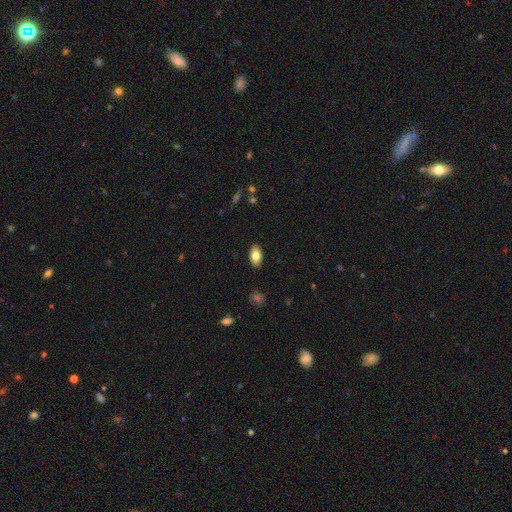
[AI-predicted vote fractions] The model was most divided on "smooth or featured": smooth: 78%, featured or disk: 15%, star or artifact: 7%. More confident: how rounded — in between (91%); merging — none (89%).